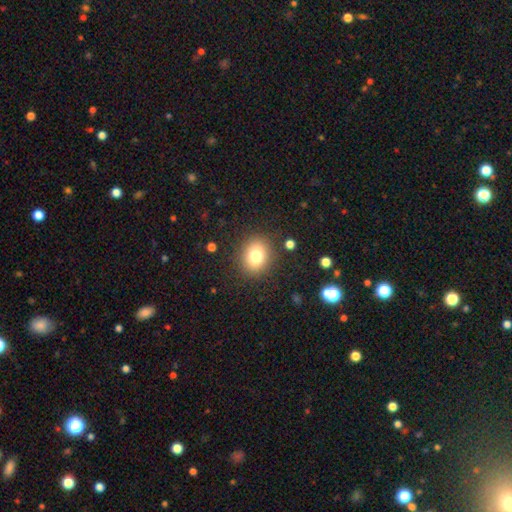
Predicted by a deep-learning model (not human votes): smooth-or-featured: smooth: 78% | star or artifact: 12% | featured or disk: 10%
  how-rounded: round: 64% | in between: 35% | cigar-shaped: 1%
  merging: none: 86% | minor disturbance: 9% | major disturbance: 4% | merger: 2%